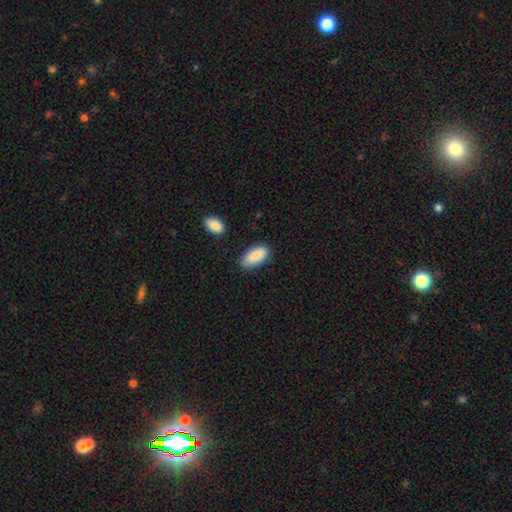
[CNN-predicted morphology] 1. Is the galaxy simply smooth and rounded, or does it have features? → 87% smooth, 7% featured or disk, 6% star or artifact.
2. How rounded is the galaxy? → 90% in between, 8% cigar-shaped, 2% round.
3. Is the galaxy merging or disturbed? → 82% none, 13% minor disturbance, 3% major disturbance, 3% merger.